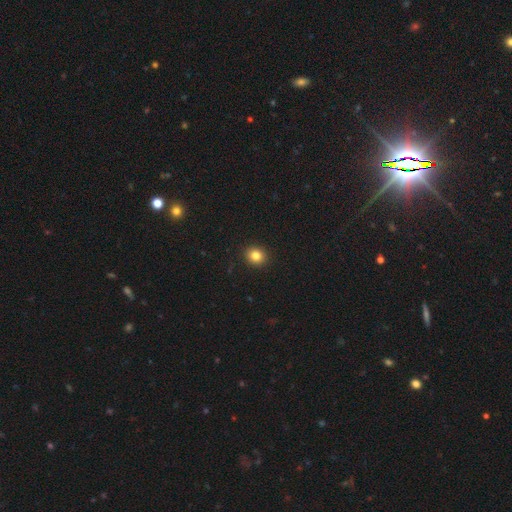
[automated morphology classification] This is clearly a smooth galaxy (83%). How rounded: likely round (80%). Merging: clearly none (92%).